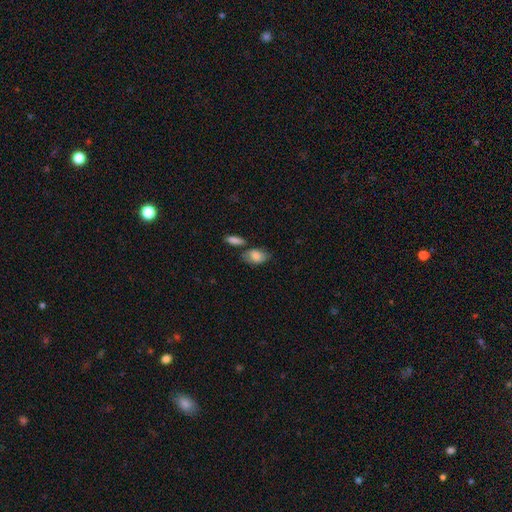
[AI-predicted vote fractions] This is clearly a smooth galaxy (81%). How rounded: clearly in between (89%). Merging: possibly none (58%).